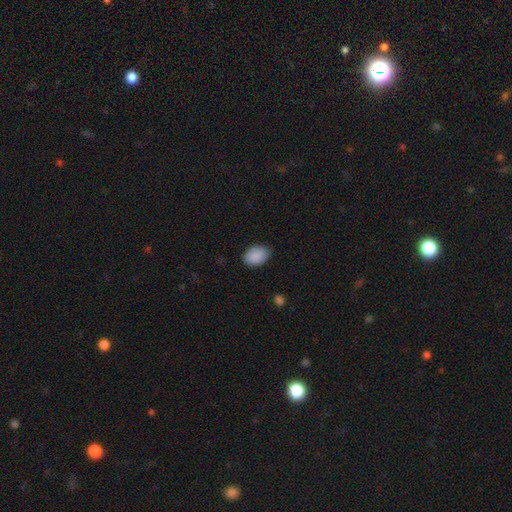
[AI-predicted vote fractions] This is clearly a smooth galaxy (90%). How rounded: clearly in between (85%). Merging: clearly none (83%).